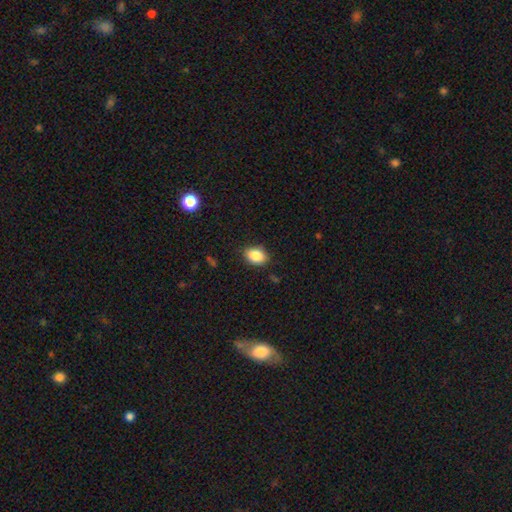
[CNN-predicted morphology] smooth_or_featured: smooth (p=0.86) [alt: star or artifact p=0.08]
how_rounded: in between (p=0.75) [alt: round p=0.24]
merging: none (p=0.85) [alt: minor disturbance p=0.11]